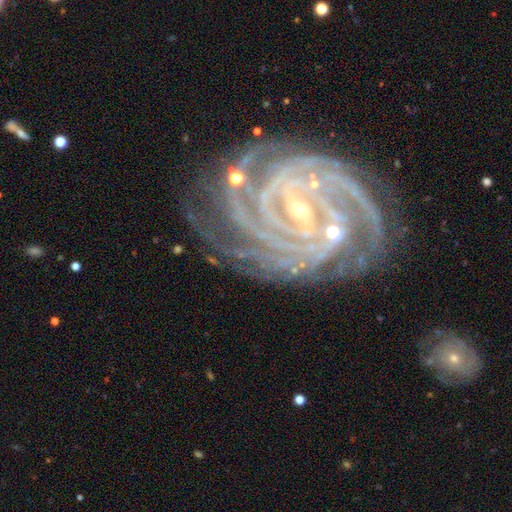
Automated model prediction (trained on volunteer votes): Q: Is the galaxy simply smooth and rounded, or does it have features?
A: featured or disk — 92%.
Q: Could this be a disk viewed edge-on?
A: no — 98%.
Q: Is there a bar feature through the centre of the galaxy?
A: strong — 40%.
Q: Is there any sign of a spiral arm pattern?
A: yes — 99%.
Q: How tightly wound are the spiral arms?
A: tight — 82%.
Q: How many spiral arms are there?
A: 4 — 34%.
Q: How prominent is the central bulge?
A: small — 80%.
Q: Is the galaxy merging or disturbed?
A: none — 67%.